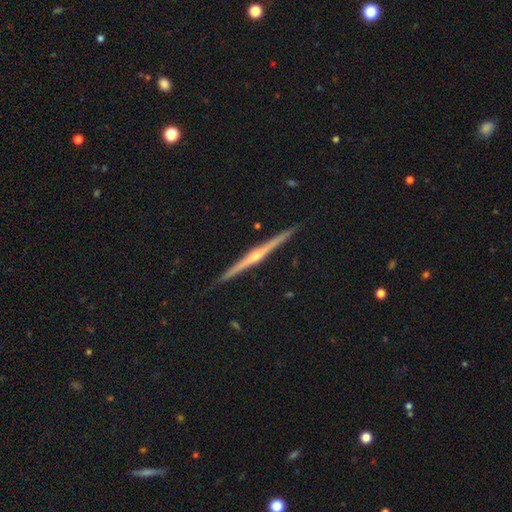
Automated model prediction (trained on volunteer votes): smooth-or-featured: featured or disk: 85% | smooth: 10% | star or artifact: 5%
  disk-edge-on: yes: 99% | no: 1%
    edge-on-bulge: rounded: 82% | none: 12% | boxy: 5%
  merging: none: 92% | minor disturbance: 5% | major disturbance: 1% | merger: 1%